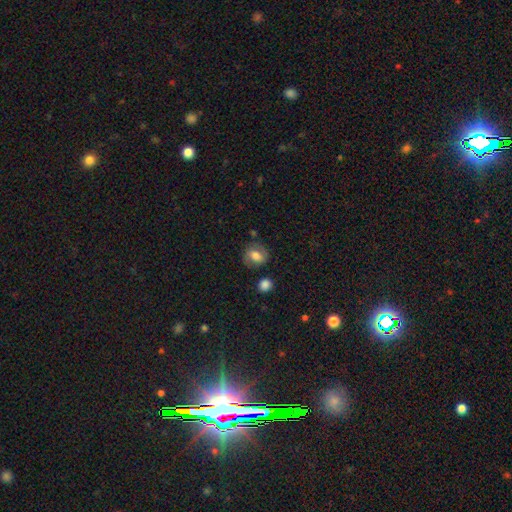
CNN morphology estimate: A smooth galaxy with no disk features (64%) that is round (55%).

Vote fractions:
- Smooth or featured? smooth: 64% / featured or disk: 27% / star or artifact: 9%
- How rounded? round: 55% / in between: 44% / cigar-shaped: 1%
- Merging? none: 70% / minor disturbance: 18% / major disturbance: 7% / merger: 4%